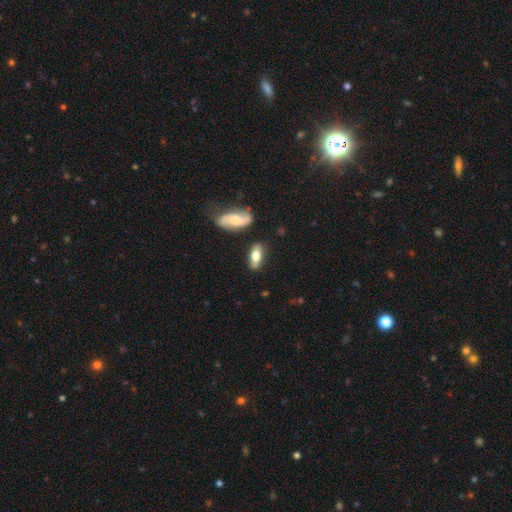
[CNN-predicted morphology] Smooth or featured? Predicted: smooth (p=0.64). How rounded? Predicted: in between (p=0.76). Merging? Predicted: none (p=0.76).